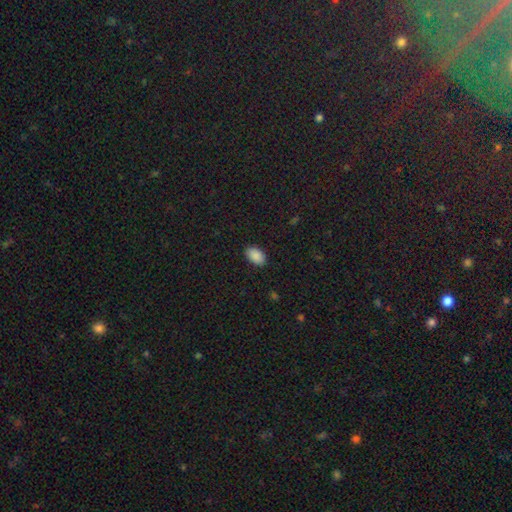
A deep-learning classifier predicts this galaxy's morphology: Smooth or featured? Predicted: smooth (p=0.89). How rounded? Predicted: in between (p=0.91). Merging? Predicted: none (p=0.89).